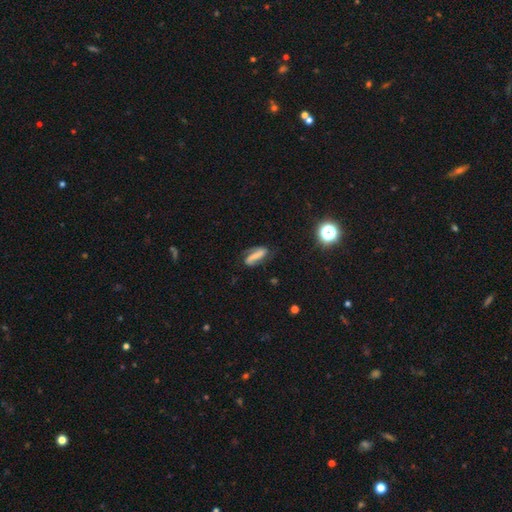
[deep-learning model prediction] This is possibly a featured or disk galaxy (55%). It is clearly not viewed edge-on (88%). Merging: likely none (66%).